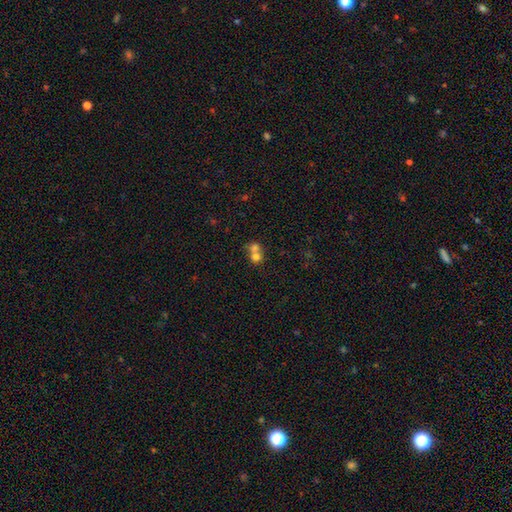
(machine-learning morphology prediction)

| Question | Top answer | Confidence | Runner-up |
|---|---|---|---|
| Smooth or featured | smooth | 70% | featured or disk (18%) |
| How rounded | round | 77% | in between (22%) |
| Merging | merger | 67% | none (26%) |